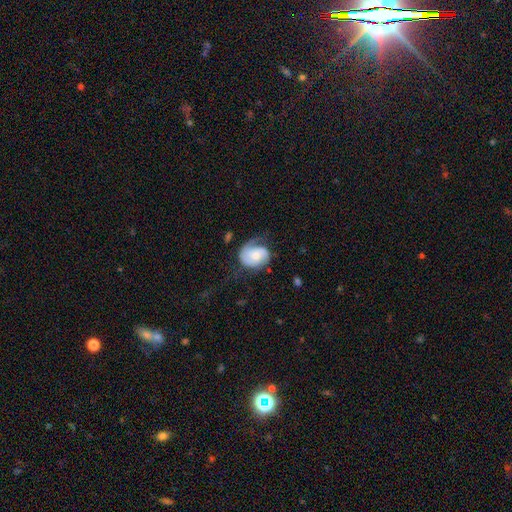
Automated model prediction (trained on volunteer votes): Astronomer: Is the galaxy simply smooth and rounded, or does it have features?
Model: featured or disk — 68%.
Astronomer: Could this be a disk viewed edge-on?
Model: no — 97%.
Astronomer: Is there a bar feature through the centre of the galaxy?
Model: no — 69%.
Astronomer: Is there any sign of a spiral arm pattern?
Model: yes — 90%.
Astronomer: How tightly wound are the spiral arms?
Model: tight — 40% (runner-up: medium, 37%).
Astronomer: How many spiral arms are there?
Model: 2 — 49% (runner-up: 1, 35%).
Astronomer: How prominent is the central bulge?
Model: moderate — 52% (runner-up: small, 40%).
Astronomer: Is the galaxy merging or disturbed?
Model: none — 47% (runner-up: minor disturbance, 27%).